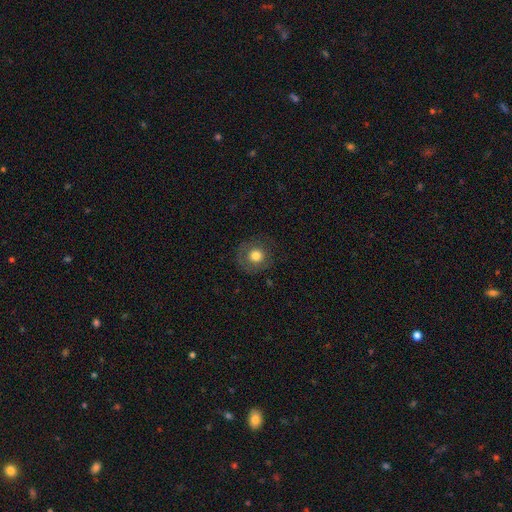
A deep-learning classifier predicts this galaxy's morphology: Q: Smooth or featured?
A: smooth (74%); runner-up: featured or disk (16%)
Q: How rounded?
A: round (92%); runner-up: in between (7%)
Q: Merging?
A: none (81%); runner-up: minor disturbance (12%)